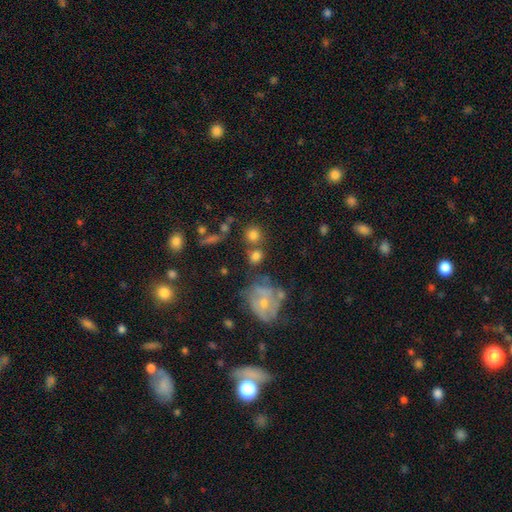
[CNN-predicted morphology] Q: Smooth or featured?
A: smooth (74%); runner-up: featured or disk (13%)
Q: How rounded?
A: round (75%); runner-up: in between (23%)
Q: Merging?
A: none (57%); runner-up: merger (22%)